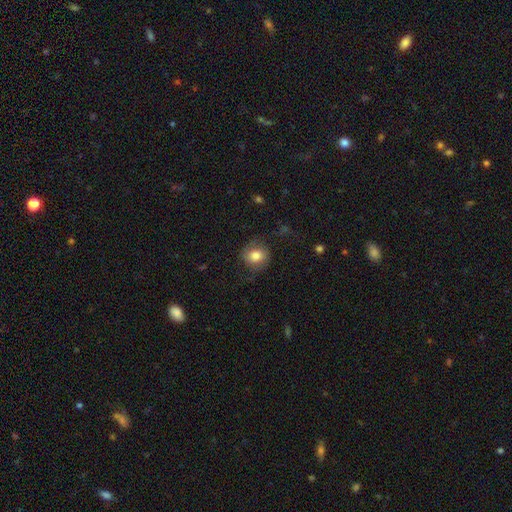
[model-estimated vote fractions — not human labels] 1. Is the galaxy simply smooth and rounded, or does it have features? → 72% smooth, 20% featured or disk, 8% star or artifact.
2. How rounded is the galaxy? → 76% round, 23% in between, 1% cigar-shaped.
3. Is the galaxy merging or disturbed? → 72% none, 17% minor disturbance, 10% major disturbance, 1% merger.